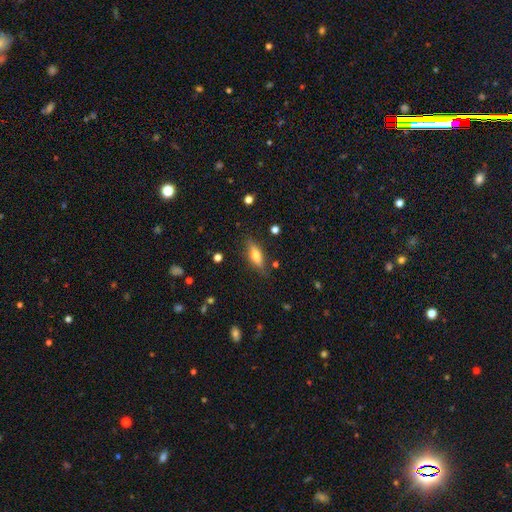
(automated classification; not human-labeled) Q: Smooth or featured?
A: smooth (62%); runner-up: featured or disk (30%)
Q: How rounded?
A: in between (50%); runner-up: cigar-shaped (47%)
Q: Merging?
A: none (80%); runner-up: minor disturbance (14%)